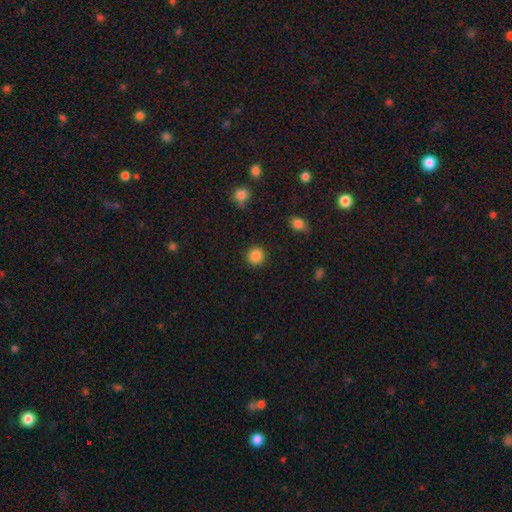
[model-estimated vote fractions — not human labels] Smooth or featured? smooth (86%)
How rounded? round (92%)
Merging? none (90%)